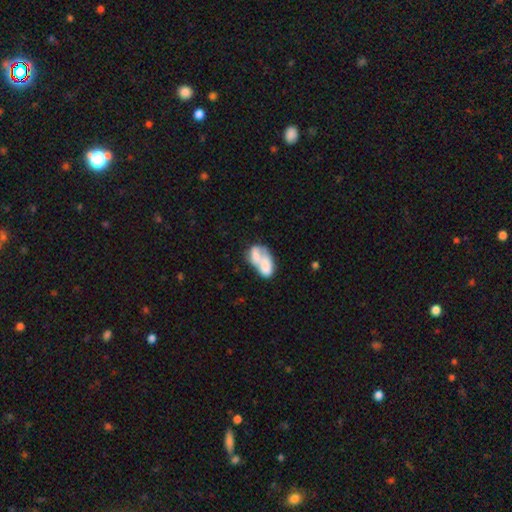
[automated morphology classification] Smooth or featured: smooth — 61% (featured or disk — 31%)
How rounded: in between — 88% (round — 8%)
Merging: merger — 72% (none — 13%)